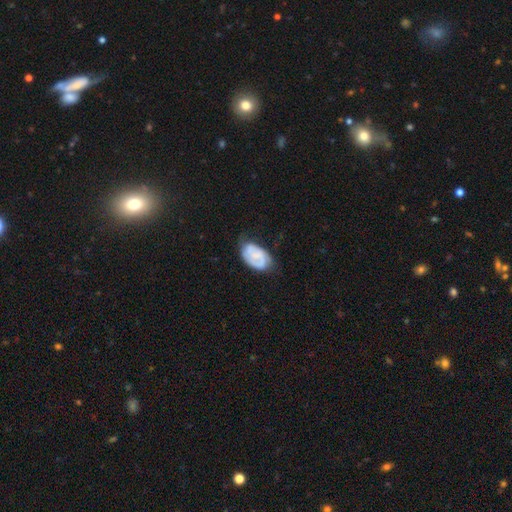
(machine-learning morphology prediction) Smooth or featured?
  - featured or disk: 51% *
  - smooth: 42%
  - star or artifact: 7%
Edge-on disk?
  - no: 96% *
  - yes: 4%
Merging?
  - none: 55% *
  - minor disturbance: 33%
  - major disturbance: 11%
  - merger: 2%